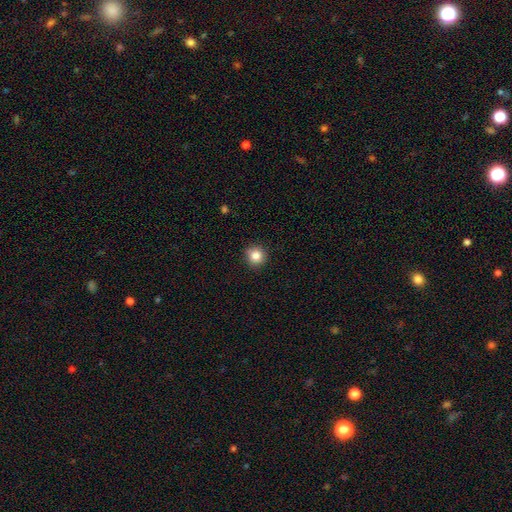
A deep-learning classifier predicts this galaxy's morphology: Smooth or featured? Predicted: smooth (p=0.84). How rounded? Predicted: round (p=0.93). Merging? Predicted: none (p=0.89).